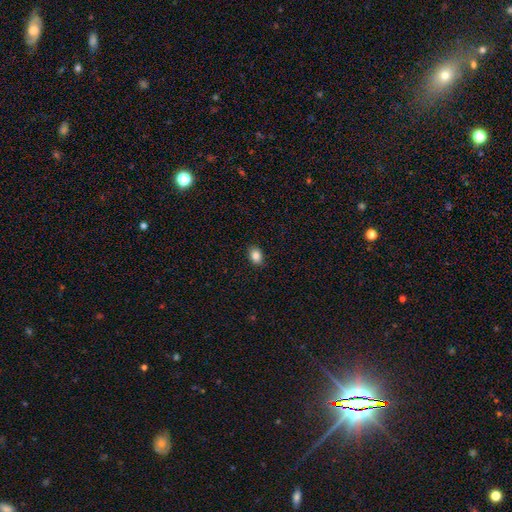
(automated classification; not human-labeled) Q: Smooth or featured?
A: smooth (85%); runner-up: star or artifact (9%)
Q: How rounded?
A: in between (71%); runner-up: round (28%)
Q: Merging?
A: none (88%); runner-up: minor disturbance (9%)